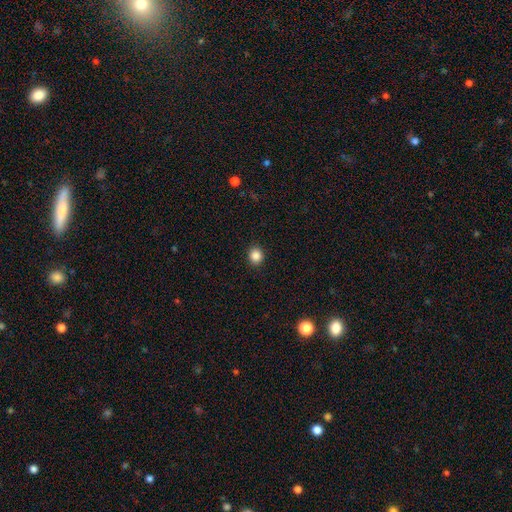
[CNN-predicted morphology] This is clearly a smooth galaxy (86%). How rounded: clearly round (80%). Merging: clearly none (92%).